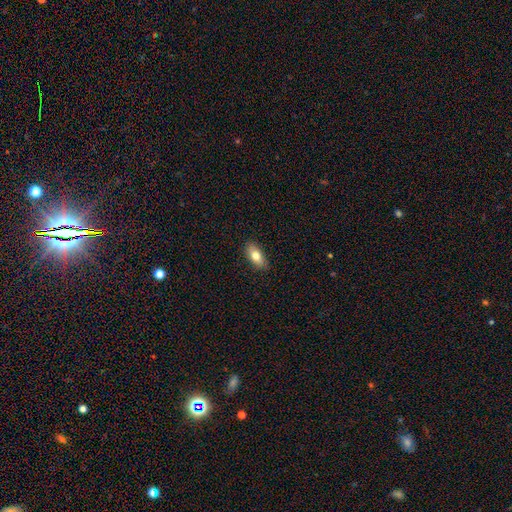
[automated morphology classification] Smooth or featured? Predicted: smooth (p=0.77). How rounded? Predicted: in between (p=0.87). Merging? Predicted: none (p=0.87).